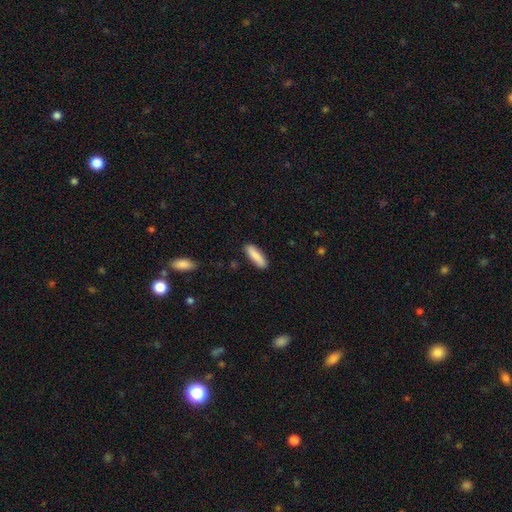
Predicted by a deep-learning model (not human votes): Smooth or featured: smooth — 86% (featured or disk — 9%)
How rounded: cigar-shaped — 61% (in between — 38%)
Merging: none — 87% (minor disturbance — 10%)